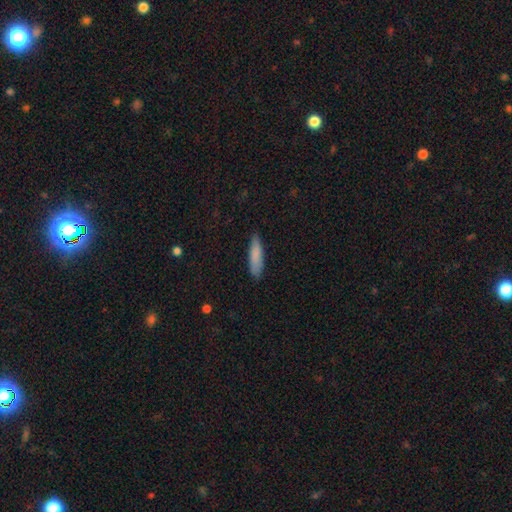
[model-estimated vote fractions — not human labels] This appears to be a smooth galaxy with no disk features (85%) that is cigar-shaped (70%). Merging: none (85%).